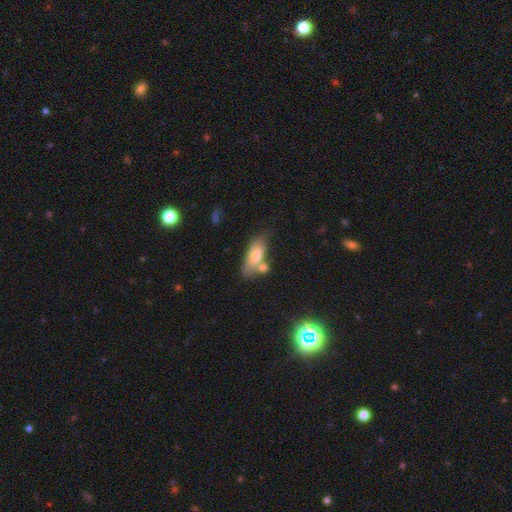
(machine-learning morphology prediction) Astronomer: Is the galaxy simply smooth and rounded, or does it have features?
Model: smooth — 70%.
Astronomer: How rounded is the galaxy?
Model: in between — 78%.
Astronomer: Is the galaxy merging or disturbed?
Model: none — 50% (runner-up: merger, 26%).